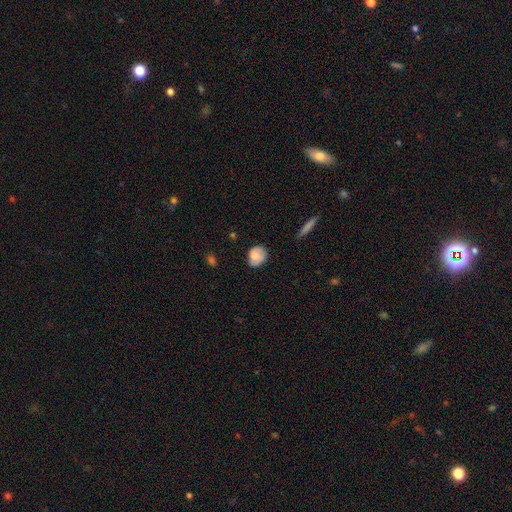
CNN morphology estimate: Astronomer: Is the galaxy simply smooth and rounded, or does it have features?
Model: smooth — 68%.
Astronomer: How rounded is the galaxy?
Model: round — 60% (runner-up: in between, 38%).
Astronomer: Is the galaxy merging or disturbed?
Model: none — 67%.